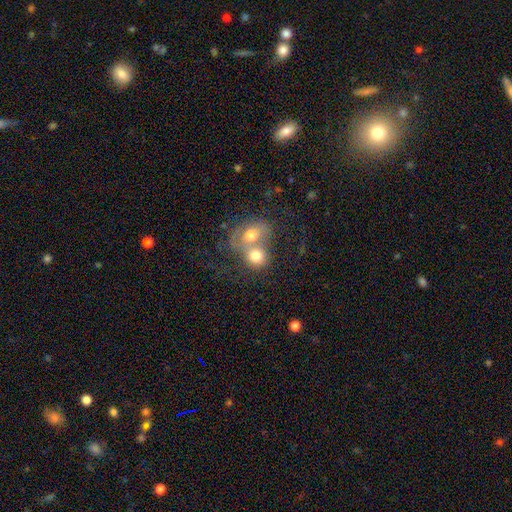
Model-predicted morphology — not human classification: Q: Smooth or featured?
A: smooth (64%); runner-up: featured or disk (26%)
Q: How rounded?
A: round (62%); runner-up: in between (37%)
Q: Merging?
A: merger (72%); runner-up: none (17%)